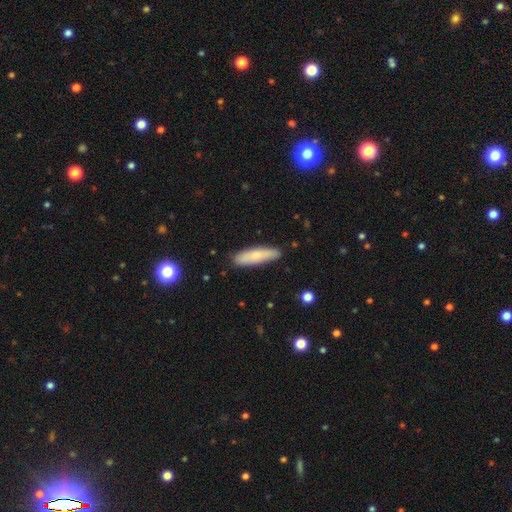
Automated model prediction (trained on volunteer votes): smooth-or-featured: smooth: 73% | featured or disk: 20% | star or artifact: 6%
  how-rounded: cigar-shaped: 71% | in between: 27% | round: 2%
  merging: none: 86% | minor disturbance: 11% | major disturbance: 2% | merger: 1%